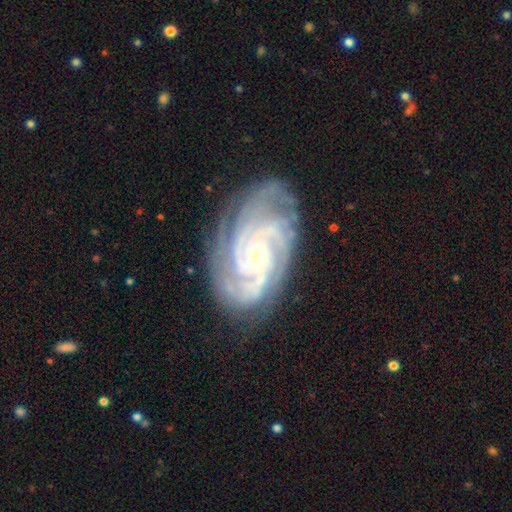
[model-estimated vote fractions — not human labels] This appears to be a featured or disk galaxy (91%) with no bar (45%), 3 (29%) tight (72%) spiral arms (98%) and a small central bulge (66%). Merging: none (76%).